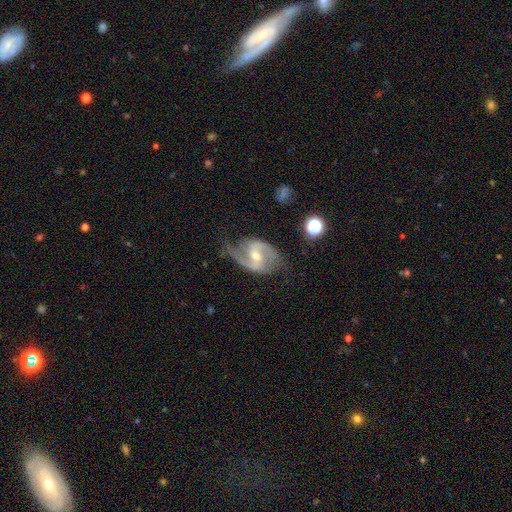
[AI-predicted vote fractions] This appears to be a featured or disk galaxy (89%) with a weak bar (53%), 2 (91%) medium (52%) spiral arms (97%) and a moderate central bulge (58%). Merging: none (66%).